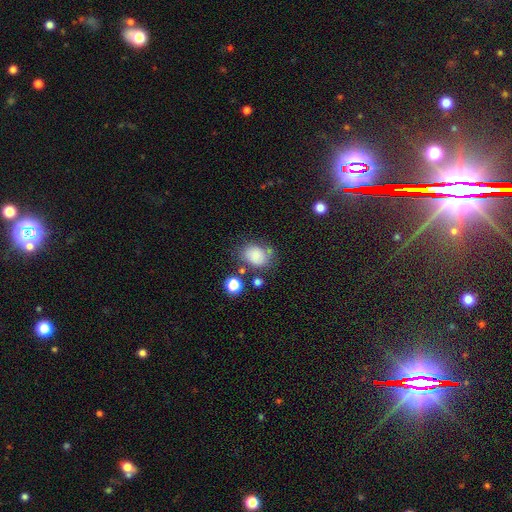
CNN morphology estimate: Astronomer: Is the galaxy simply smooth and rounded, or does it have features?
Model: smooth — 75%.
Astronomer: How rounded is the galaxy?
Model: in between — 56% (runner-up: round, 43%).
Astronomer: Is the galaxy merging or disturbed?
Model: none — 60%.